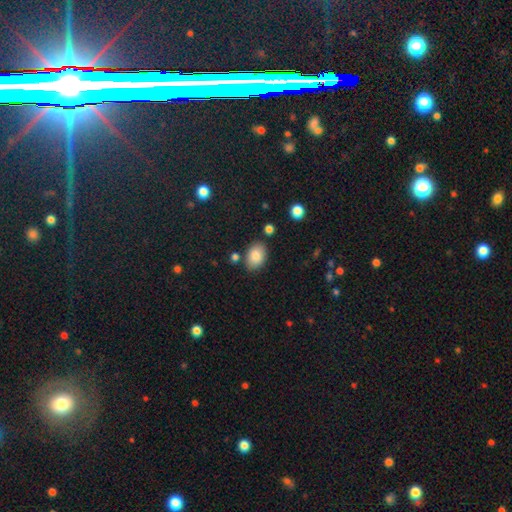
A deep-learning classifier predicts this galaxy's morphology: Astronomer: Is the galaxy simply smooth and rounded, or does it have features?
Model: smooth — 85%.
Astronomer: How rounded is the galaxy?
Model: in between — 83%.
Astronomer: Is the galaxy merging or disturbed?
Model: none — 80%.